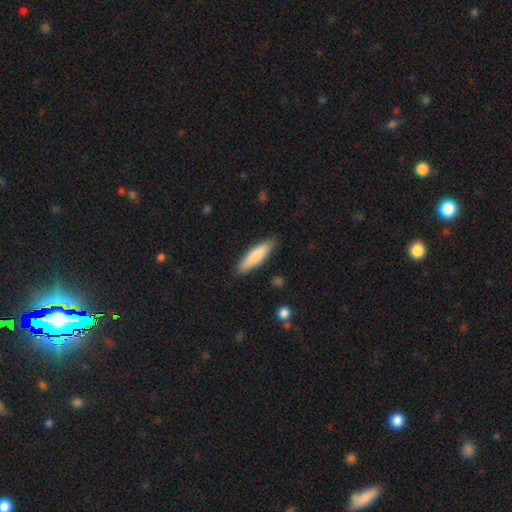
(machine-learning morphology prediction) type=smooth (81%); roundness=cigar-shaped (63%); merging=none (85%).